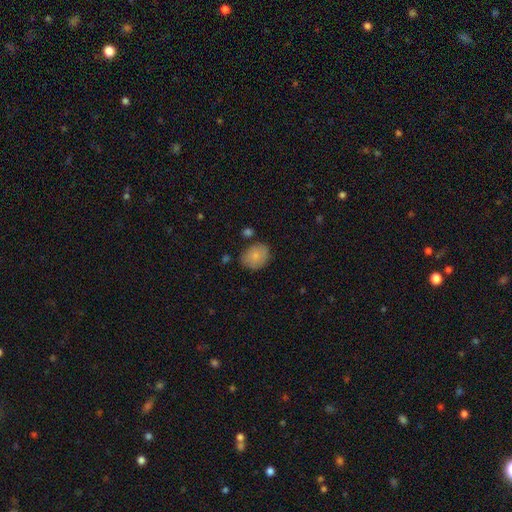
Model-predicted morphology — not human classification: This is clearly a smooth galaxy (81%). How rounded: possibly in between (59%). Merging: likely none (72%).